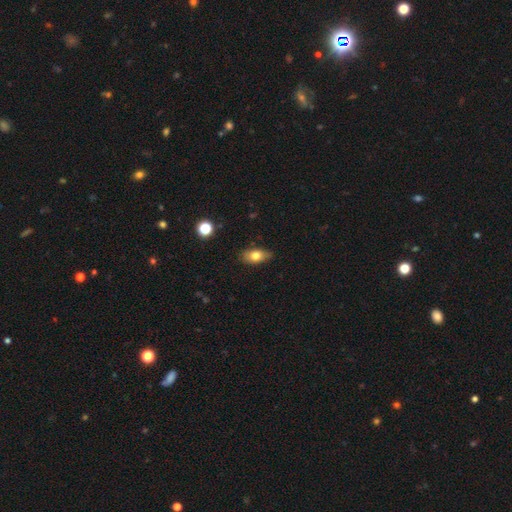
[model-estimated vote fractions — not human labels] smooth 75%, featured or disk 17%, star or artifact 9%. Down the decision tree: how rounded — in between (84%); merging — none (80%).